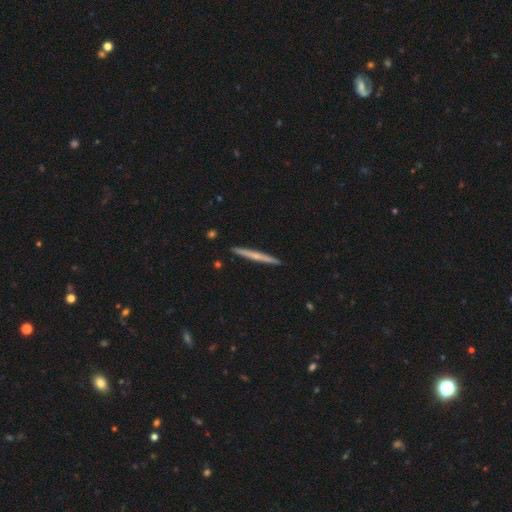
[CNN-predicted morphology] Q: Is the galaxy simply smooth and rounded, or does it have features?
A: featured or disk — 53%.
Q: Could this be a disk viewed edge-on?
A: yes — 98%.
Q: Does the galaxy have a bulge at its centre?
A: none — 58%.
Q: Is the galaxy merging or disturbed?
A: none — 92%.